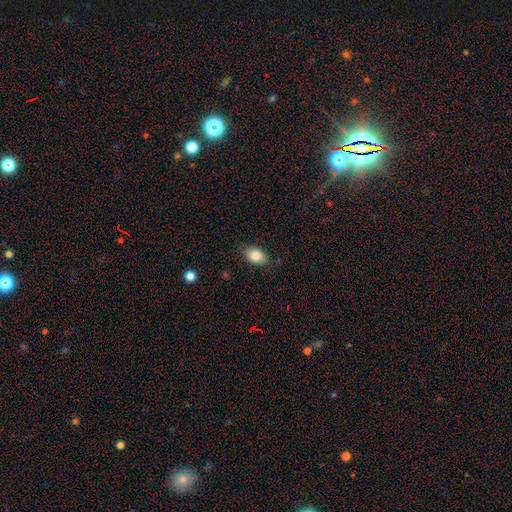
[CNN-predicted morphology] This appears to be a smooth galaxy with no disk features (84%) that is in between round and cigar-shaped (85%). Merging: none (82%).